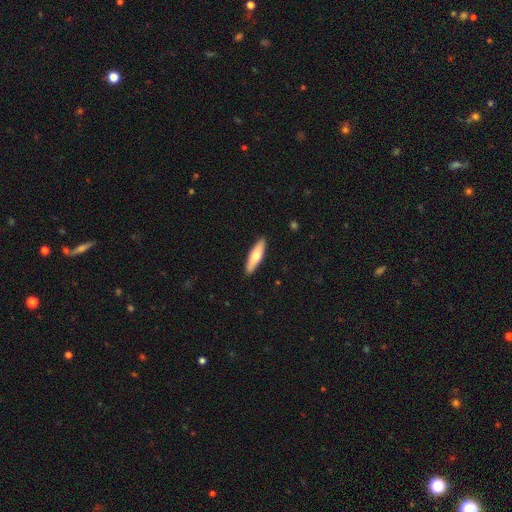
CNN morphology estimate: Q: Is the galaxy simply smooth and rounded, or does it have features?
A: smooth — 64%.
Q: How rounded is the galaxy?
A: cigar-shaped — 67%.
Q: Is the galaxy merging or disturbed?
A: none — 90%.